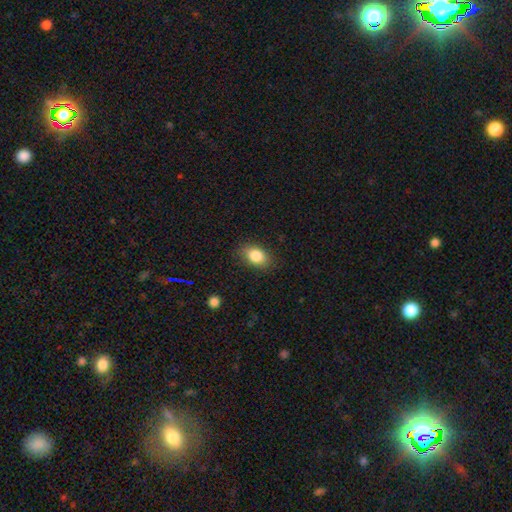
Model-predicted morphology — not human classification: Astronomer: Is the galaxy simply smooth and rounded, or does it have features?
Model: smooth — 84%.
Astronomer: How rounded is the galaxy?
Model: in between — 82%.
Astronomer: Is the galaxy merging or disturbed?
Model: none — 84%.